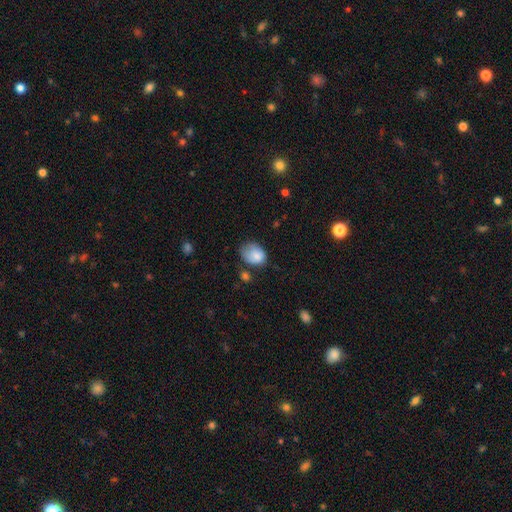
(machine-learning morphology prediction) This is clearly a smooth galaxy (80%). How rounded: likely in between (66%). Merging: marginally none (40%).